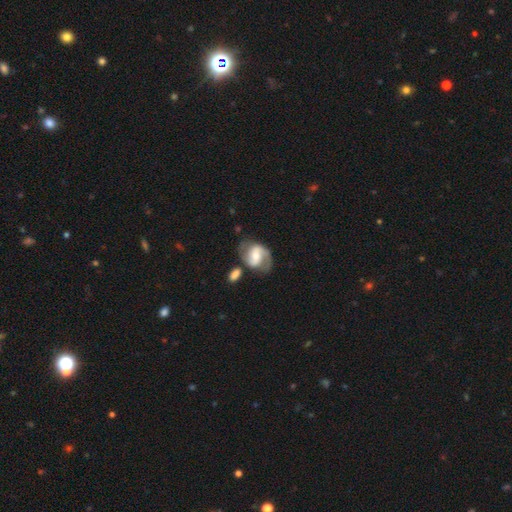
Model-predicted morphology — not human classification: This appears to be a featured or disk galaxy (78%) with a weak bar (44%), 2 (82%) medium (51%) spiral arms (91%) and a moderate central bulge (54%). Merging: none (60%).